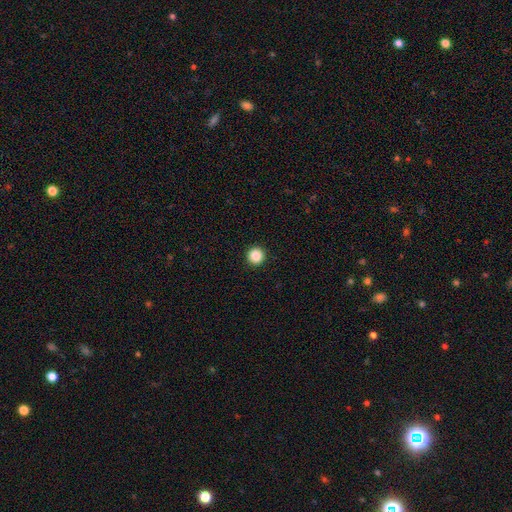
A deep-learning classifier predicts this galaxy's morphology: Smooth or featured?
  - smooth: 87% *
  - star or artifact: 10%
  - featured or disk: 3%
How rounded?
  - round: 96% *
  - in between: 3%
  - cigar-shaped: 1%
Merging?
  - none: 94% *
  - minor disturbance: 4%
  - major disturbance: 1%
  - merger: 1%